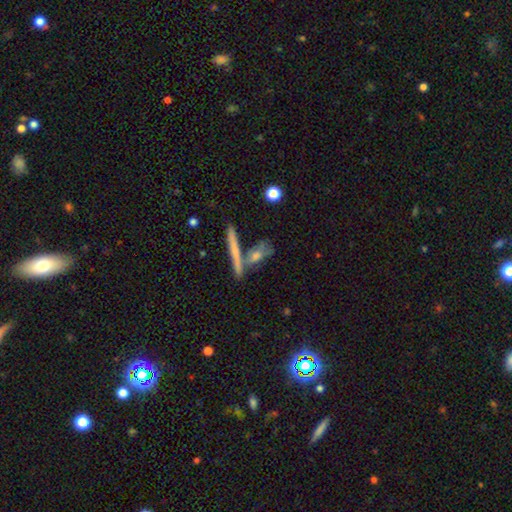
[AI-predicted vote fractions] This appears to be a smooth galaxy with no disk features (52%) that is cigar-shaped (65%). Merging: none (56%).